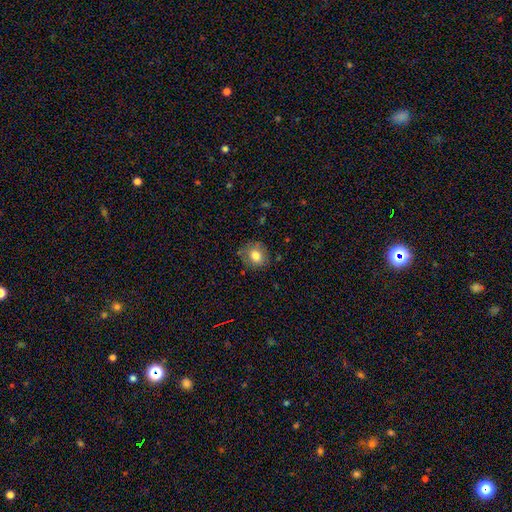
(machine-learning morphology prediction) smooth 78%, featured or disk 12%, star or artifact 10%. Down the decision tree: how rounded — round (70%); merging — none (76%).